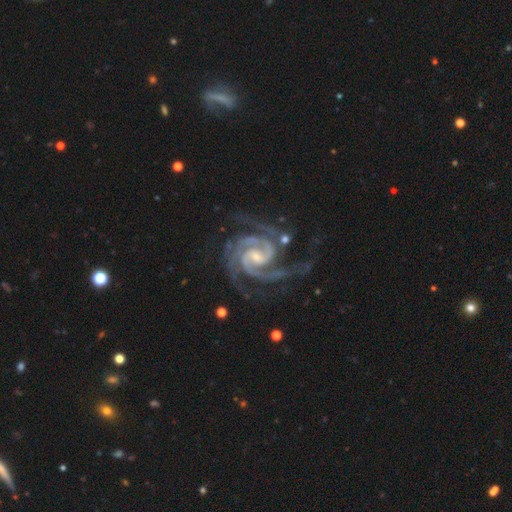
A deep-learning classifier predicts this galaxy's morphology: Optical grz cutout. It shows a featured or disk galaxy (94%) with a weak bar (48%), 2 (51%) tight (58%) spiral arms (99%) and a small central bulge (57%). Merging: none (63%).